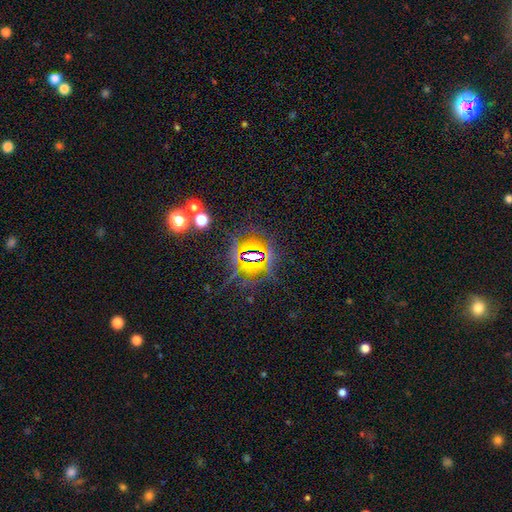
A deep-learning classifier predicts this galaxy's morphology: star or artifact 79%, smooth 12%, featured or disk 9%.